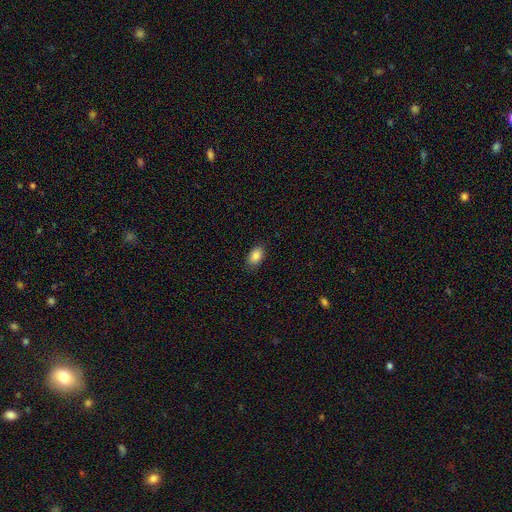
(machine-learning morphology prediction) A smooth galaxy with no disk features (87%) that is in between round and cigar-shaped (88%). Merging: none (86%).